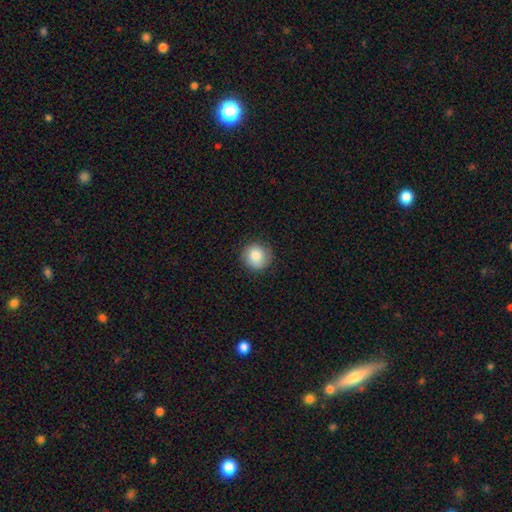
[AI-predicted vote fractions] Q: Smooth or featured?
A: smooth (83%); runner-up: featured or disk (9%)
Q: How rounded?
A: round (93%); runner-up: in between (6%)
Q: Merging?
A: none (86%); runner-up: minor disturbance (10%)